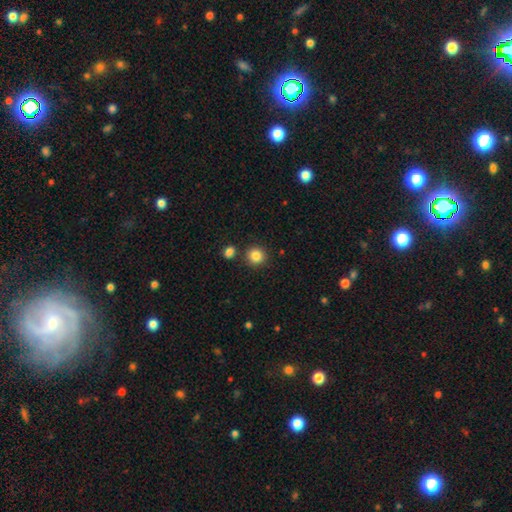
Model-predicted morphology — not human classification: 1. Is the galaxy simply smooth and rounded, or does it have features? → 85% smooth, 10% star or artifact, 4% featured or disk.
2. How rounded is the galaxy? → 91% round, 8% in between, 1% cigar-shaped.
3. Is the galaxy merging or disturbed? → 84% none, 7% minor disturbance, 7% merger, 2% major disturbance.